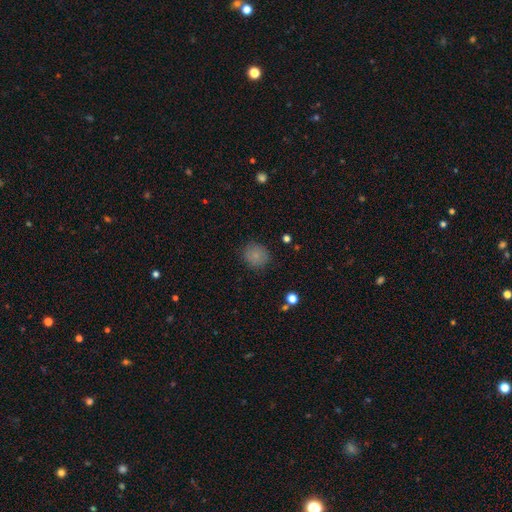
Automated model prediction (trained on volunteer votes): Smooth or featured? smooth (83%)
How rounded? round (83%)
Merging? none (84%)